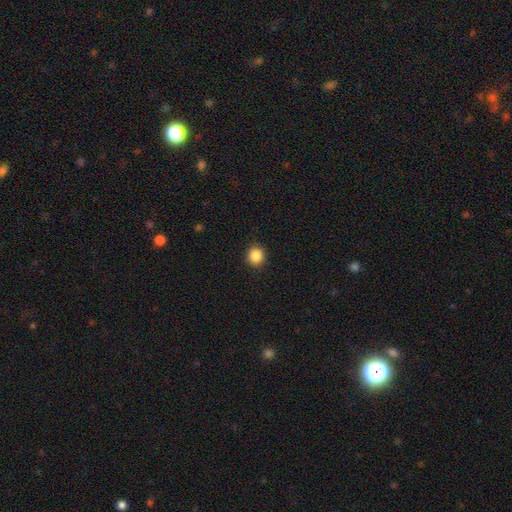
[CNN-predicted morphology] Smooth or featured?
  - smooth: 86% *
  - star or artifact: 10%
  - featured or disk: 4%
How rounded?
  - round: 91% *
  - in between: 8%
  - cigar-shaped: 1%
Merging?
  - none: 92% *
  - minor disturbance: 5%
  - major disturbance: 2%
  - merger: 1%